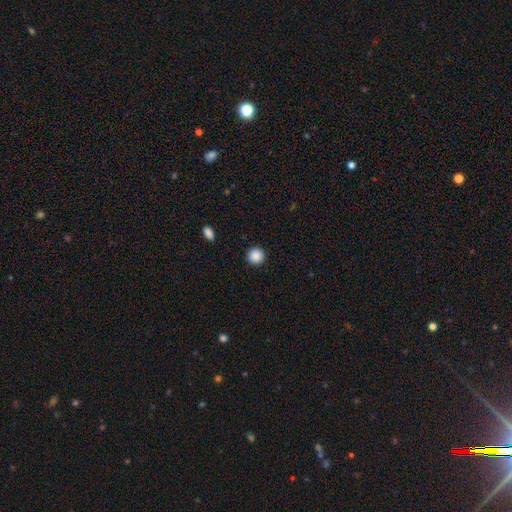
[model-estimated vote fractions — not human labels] This is clearly a smooth galaxy (88%). How rounded: clearly round (95%). Merging: clearly none (92%).